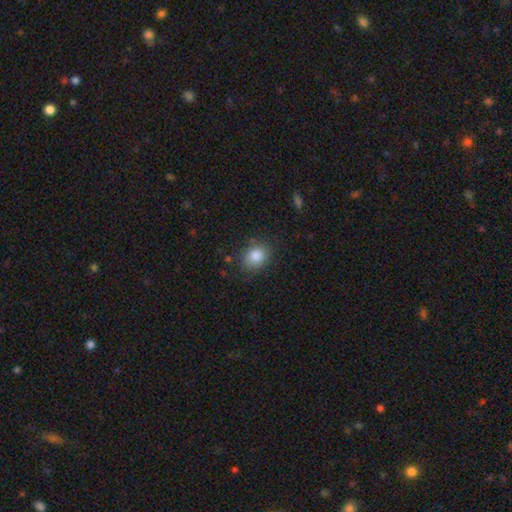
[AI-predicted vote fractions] Smooth or featured? Predicted: smooth (p=0.85). How rounded? Predicted: round (p=0.54). Merging? Predicted: none (p=0.81).